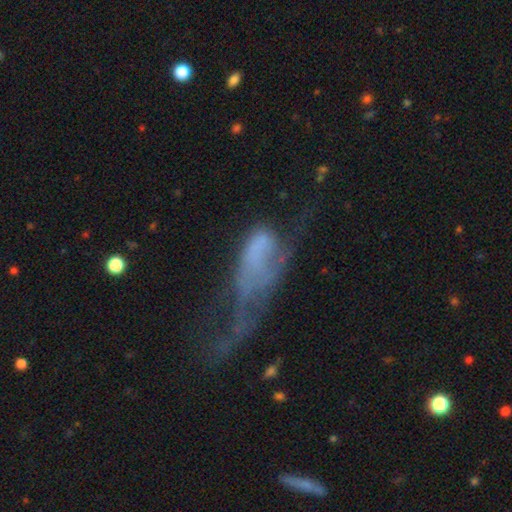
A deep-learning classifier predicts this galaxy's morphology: smooth_or_featured: featured or disk (p=0.53) [alt: smooth p=0.34]
disk_edge_on: no (p=0.88) [alt: yes p=0.12]
merging: major disturbance (p=0.60) [alt: none p=0.15]